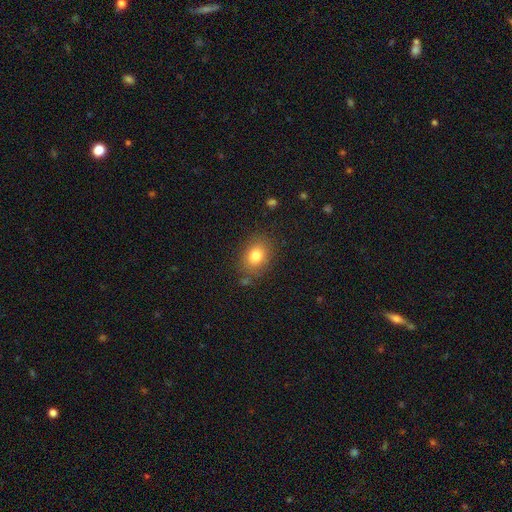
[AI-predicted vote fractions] A smooth galaxy with no disk features (80%) that is in between round and cigar-shaped (56%). Merging: none (81%).